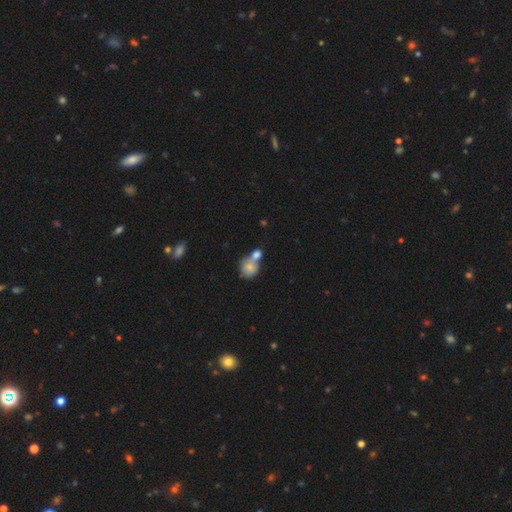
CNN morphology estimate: smooth_or_featured: smooth (p=0.73) [alt: featured or disk p=0.17]
how_rounded: round (p=0.65) [alt: in between p=0.33]
merging: merger (p=0.61) [alt: none p=0.27]